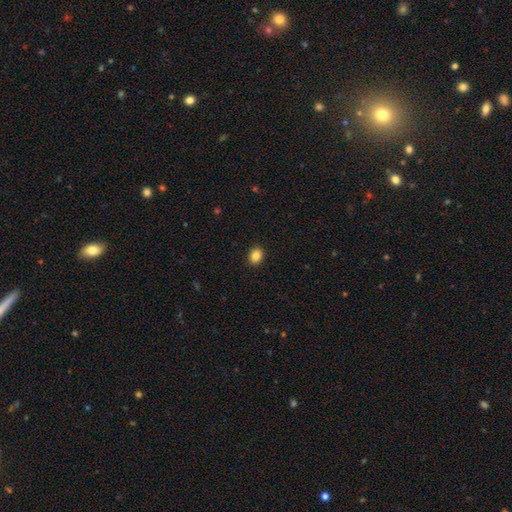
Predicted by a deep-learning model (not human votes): A smooth galaxy with no disk features (86%) that is in between round and cigar-shaped (58%).

Vote fractions:
- Smooth or featured? smooth: 86% / star or artifact: 9% / featured or disk: 5%
- How rounded? in between: 58% / round: 41% / cigar-shaped: 1%
- Merging? none: 91% / minor disturbance: 7% / major disturbance: 2% / merger: 1%